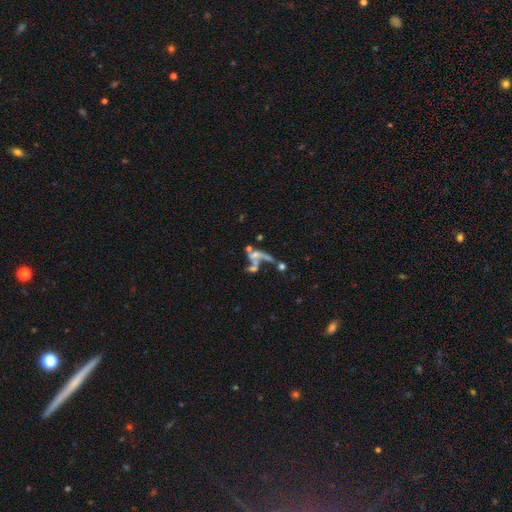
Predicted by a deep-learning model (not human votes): This is possibly a featured or disk galaxy (58%). It is clearly not viewed edge-on (91%). Bar: likely no (80%). Spiral arm pattern: likely no (69%). Central bulge: possibly none (51%). Merging: possibly merger (47%).